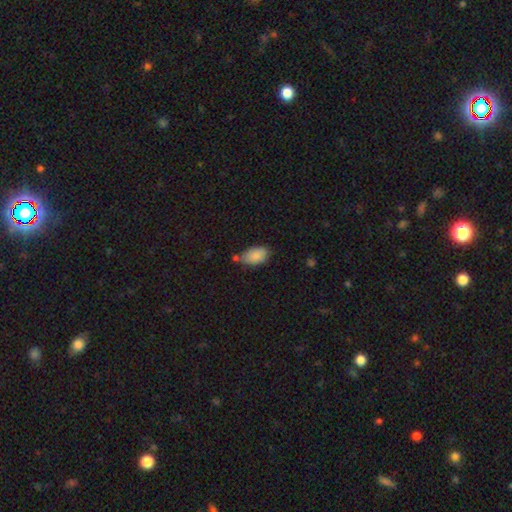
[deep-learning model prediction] Morphology: type=smooth (84%); roundness=in between (92%); merging=none (54%).